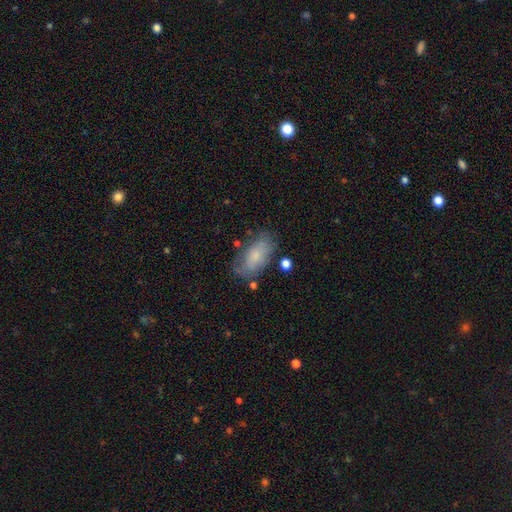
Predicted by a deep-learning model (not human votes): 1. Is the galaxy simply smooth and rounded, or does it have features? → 71% smooth, 21% featured or disk, 7% star or artifact.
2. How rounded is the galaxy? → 91% in between, 6% cigar-shaped, 4% round.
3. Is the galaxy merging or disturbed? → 65% none, 23% minor disturbance, 8% major disturbance, 4% merger.